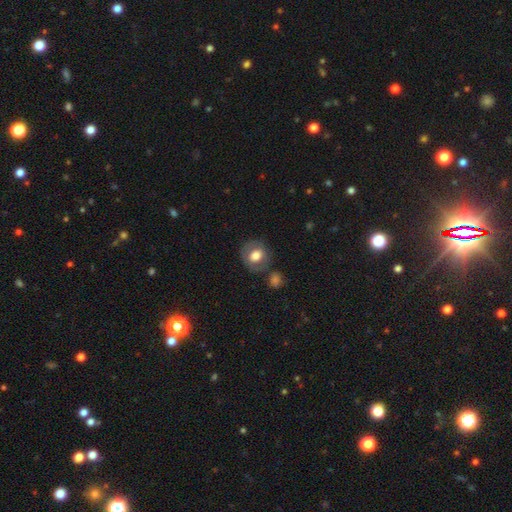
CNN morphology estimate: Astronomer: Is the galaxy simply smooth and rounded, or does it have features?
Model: smooth — 68%.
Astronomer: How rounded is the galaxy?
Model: round — 74%.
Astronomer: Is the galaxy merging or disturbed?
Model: none — 74%.